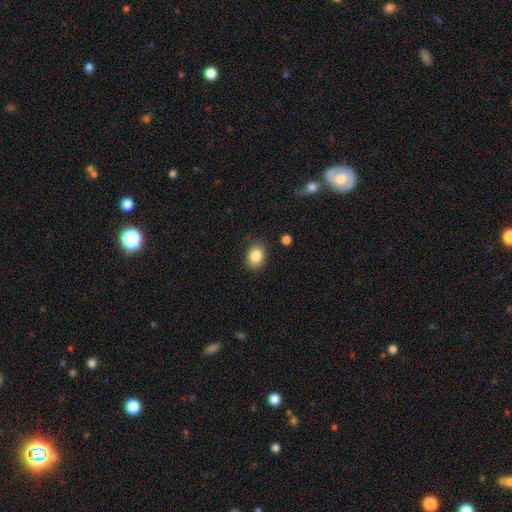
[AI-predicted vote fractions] smooth-or-featured: smooth: 86% | star or artifact: 9% | featured or disk: 5%
  how-rounded: in between: 60% | round: 39% | cigar-shaped: 1%
  merging: none: 85% | minor disturbance: 11% | major disturbance: 3% | merger: 2%